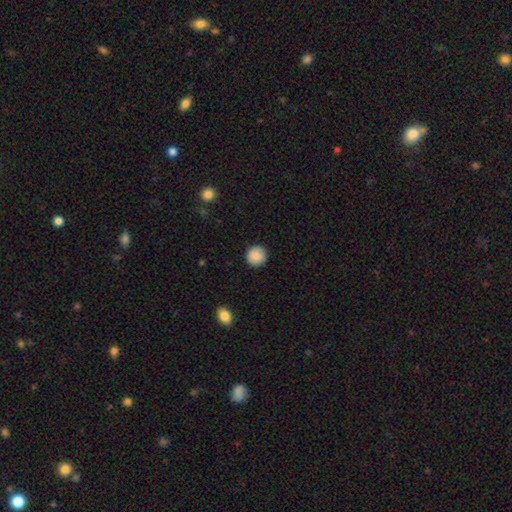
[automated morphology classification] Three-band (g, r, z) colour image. It shows a smooth galaxy with no disk features (88%) that is round (94%). Merging: none (91%).